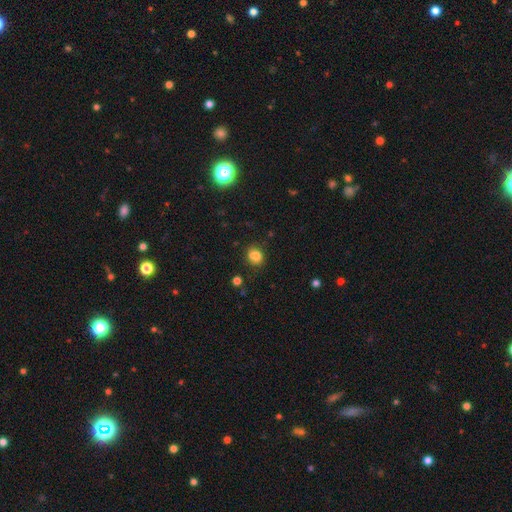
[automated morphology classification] Q: Smooth or featured?
A: smooth (77%); runner-up: star or artifact (13%)
Q: How rounded?
A: round (61%); runner-up: in between (38%)
Q: Merging?
A: none (59%); runner-up: merger (19%)